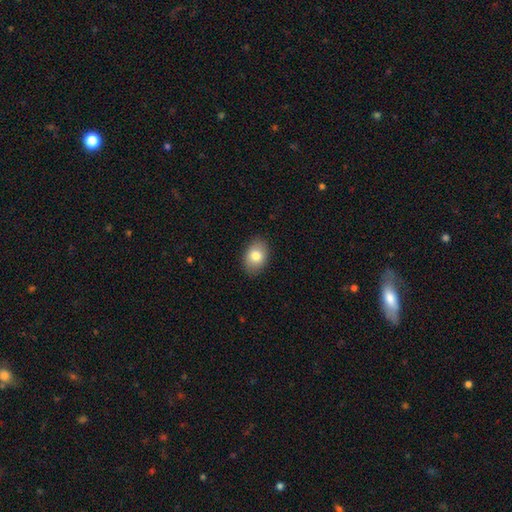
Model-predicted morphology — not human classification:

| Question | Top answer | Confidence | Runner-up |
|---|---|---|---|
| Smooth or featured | smooth | 81% | featured or disk (11%) |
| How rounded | in between | 80% | round (18%) |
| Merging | none | 88% | minor disturbance (9%) |